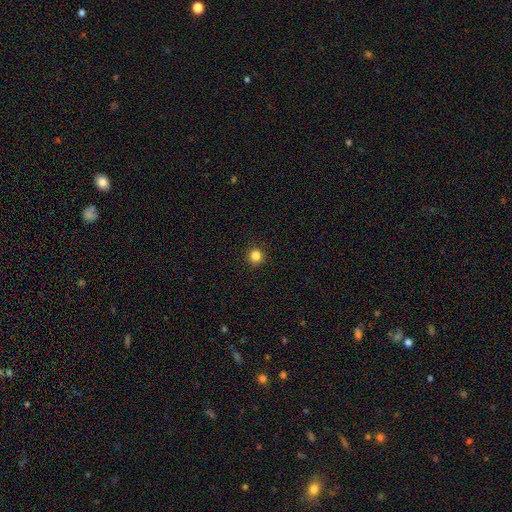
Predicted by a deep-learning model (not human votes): Overall: smooth (84%). How rounded: round (93%). Merging: none (92%).